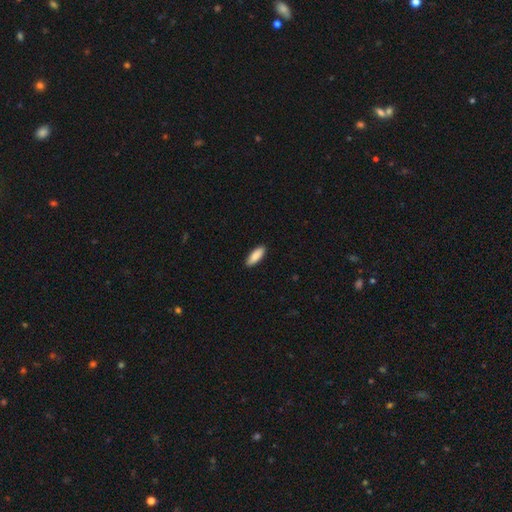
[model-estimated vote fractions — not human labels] smooth-or-featured: smooth: 89% | featured or disk: 6% | star or artifact: 5%
  how-rounded: in between: 68% | cigar-shaped: 30% | round: 2%
  merging: none: 89% | minor disturbance: 8% | major disturbance: 2% | merger: 1%